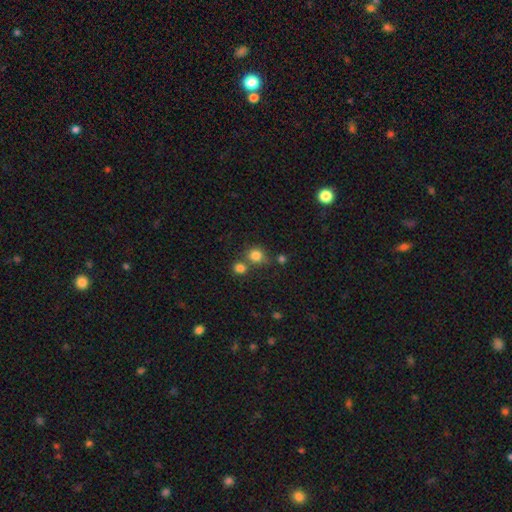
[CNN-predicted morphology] Smooth or featured? smooth (81%)
How rounded? round (84%)
Merging? none (60%)